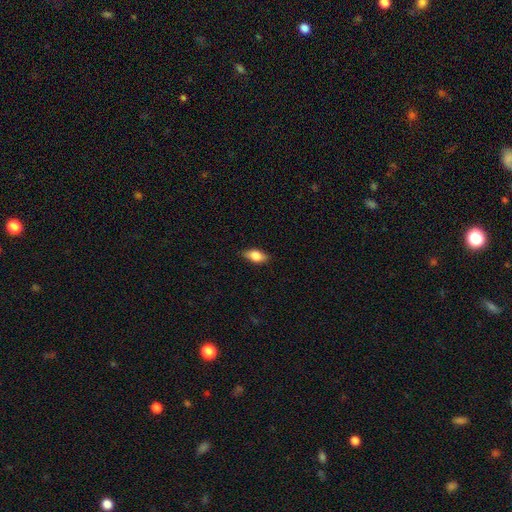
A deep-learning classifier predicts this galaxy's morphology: Smooth or featured? Predicted: smooth (p=0.76). How rounded? Predicted: in between (p=0.85). Merging? Predicted: none (p=0.83).